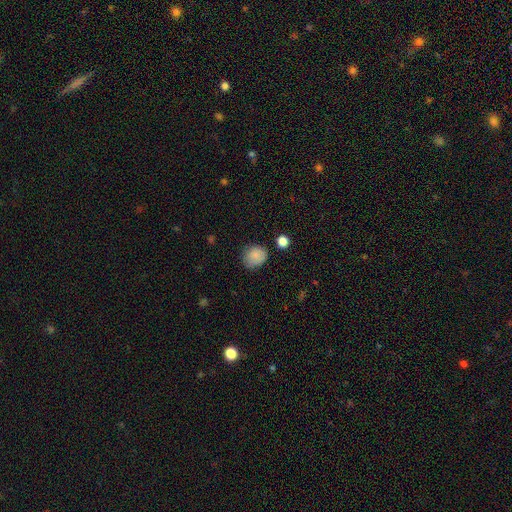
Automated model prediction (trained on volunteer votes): This appears to be a smooth galaxy with no disk features (85%) that is round (68%). Merging: none (75%).